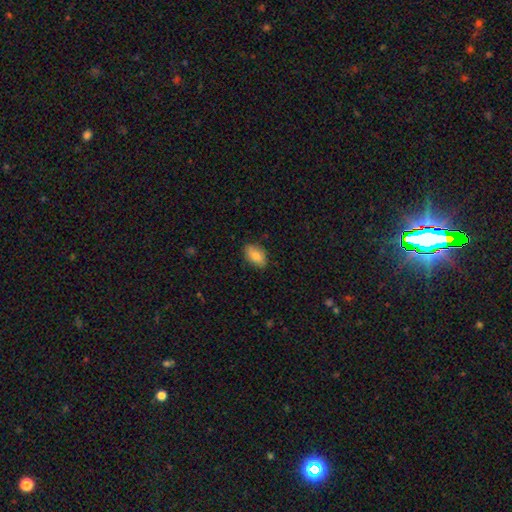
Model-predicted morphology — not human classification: A smooth galaxy with no disk features (84%) that is in between round and cigar-shaped (91%).

Vote fractions:
- Smooth or featured? smooth: 84% / featured or disk: 9% / star or artifact: 7%
- How rounded? in between: 91% / round: 7% / cigar-shaped: 2%
- Merging? none: 82% / minor disturbance: 14% / major disturbance: 3% / merger: 1%